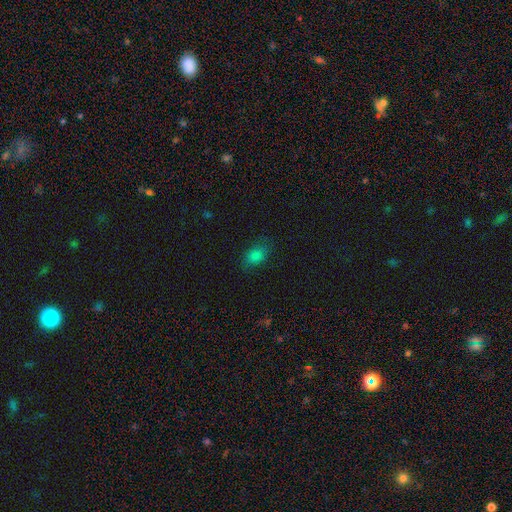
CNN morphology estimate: This appears to be a smooth galaxy with no disk features (81%) that is in between round and cigar-shaped (83%). Merging: none (77%).